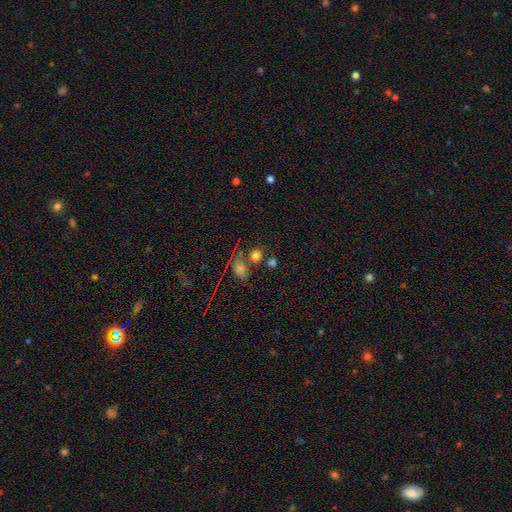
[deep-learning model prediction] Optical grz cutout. It shows a smooth galaxy with no disk features (73%) that is round (81%). Merging: none (61%).